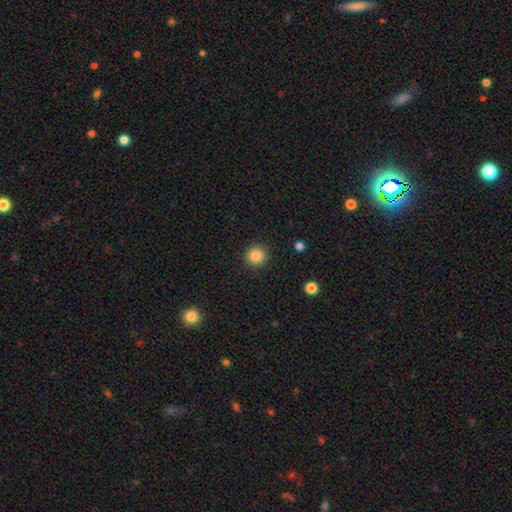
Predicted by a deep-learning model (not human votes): smooth_or_featured: smooth (p=0.86) [alt: star or artifact p=0.10]
how_rounded: round (p=0.93) [alt: in between p=0.06]
merging: none (p=0.91) [alt: minor disturbance p=0.06]